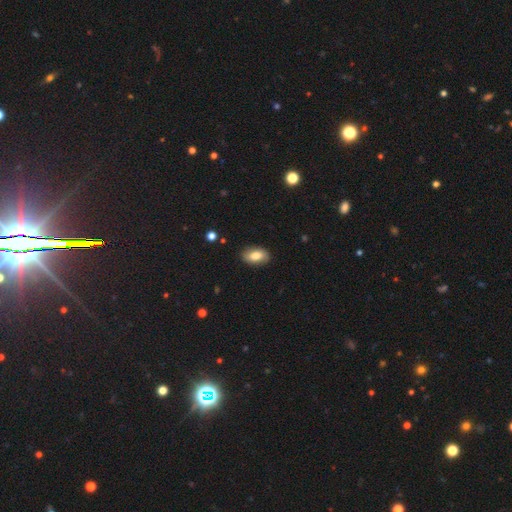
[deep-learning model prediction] The model was most divided on "smooth or featured": smooth: 80%, featured or disk: 13%, star or artifact: 7%. More confident: how rounded — in between (91%); merging — none (84%).